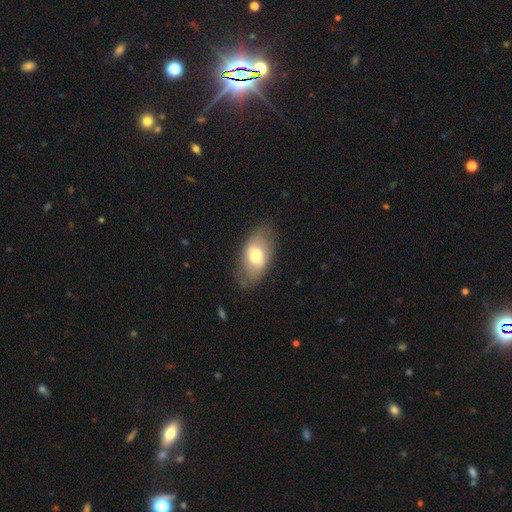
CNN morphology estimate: This is likely a smooth galaxy (65%). How rounded: clearly in between (91%). Merging: likely none (76%).